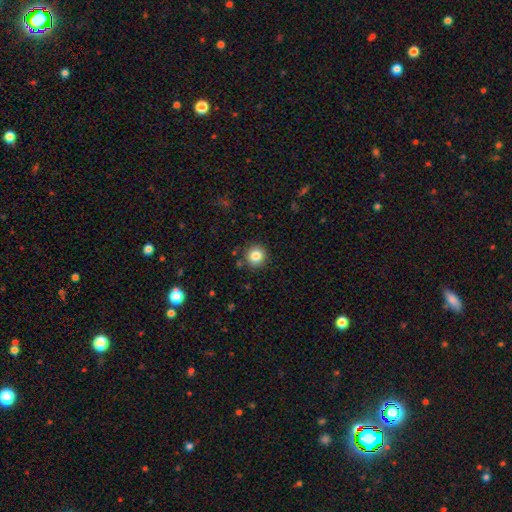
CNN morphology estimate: This is clearly a smooth galaxy (84%). How rounded: clearly round (93%). Merging: clearly none (88%).